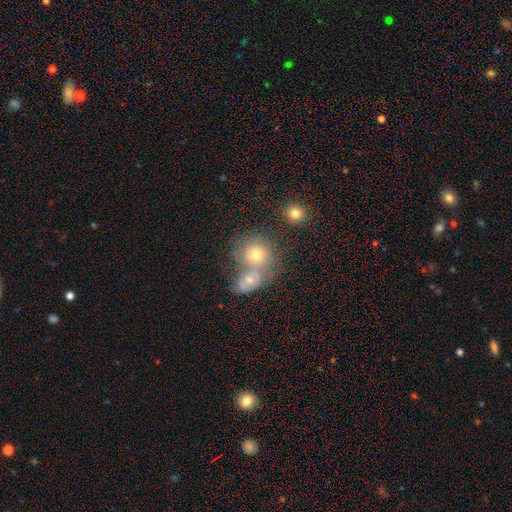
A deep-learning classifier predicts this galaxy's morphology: This is possibly a smooth galaxy (59%). How rounded: likely round (78%). Merging: possibly merger (50%).